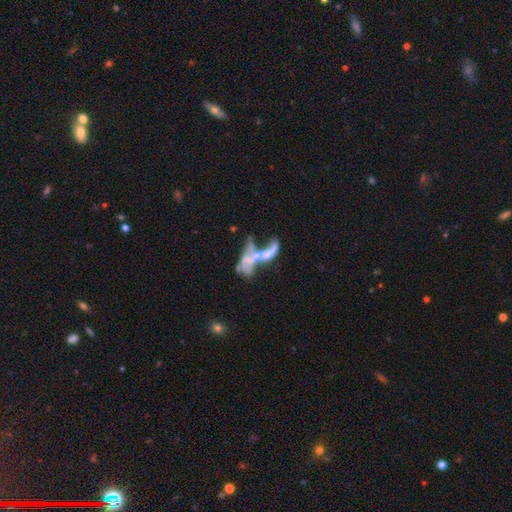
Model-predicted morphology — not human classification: A featured or disk galaxy (62%) with no bar (81%), no spiral arms (75%) and no central bulge (42%).

Vote fractions:
- Smooth or featured? featured or disk: 62% / smooth: 26% / star or artifact: 12%
- Edge-on disk? no: 93% / yes: 7%
- Bar? no: 81% / weak: 14% / strong: 5%
- Spiral arms? no: 75% / yes: 25%
- Bulge size? none: 42% / small: 27% / moderate: 24% / large: 5% / dominant: 2%
- Merging? merger: 62% / major disturbance: 22% / none: 10% / minor disturbance: 6%